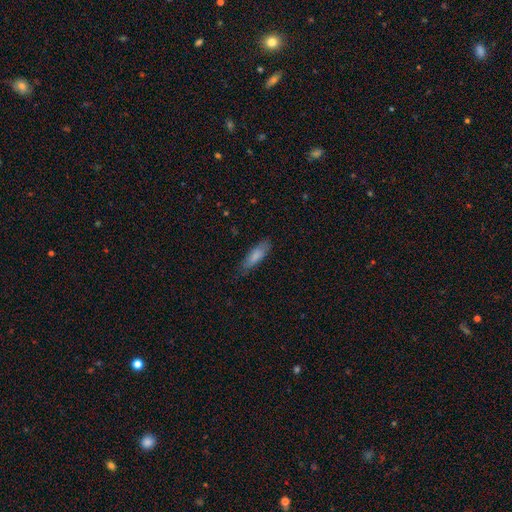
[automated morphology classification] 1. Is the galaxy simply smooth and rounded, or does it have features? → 82% smooth, 13% featured or disk, 6% star or artifact.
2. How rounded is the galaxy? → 55% cigar-shaped, 44% in between, 1% round.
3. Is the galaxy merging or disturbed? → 78% none, 17% minor disturbance, 3% major disturbance, 1% merger.